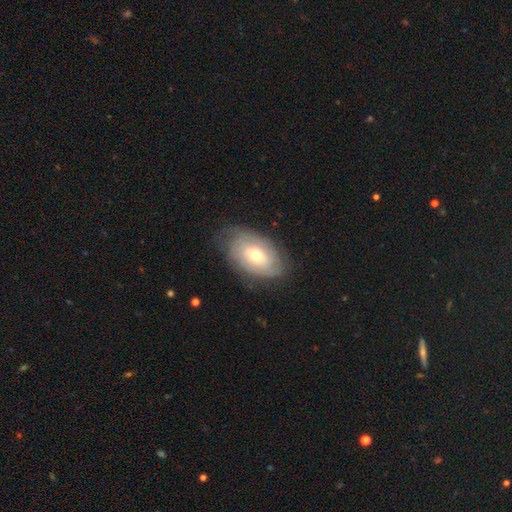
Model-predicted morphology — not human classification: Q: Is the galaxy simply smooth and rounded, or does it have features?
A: featured or disk — 58%.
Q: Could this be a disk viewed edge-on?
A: no — 93%.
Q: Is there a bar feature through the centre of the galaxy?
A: no — 74%.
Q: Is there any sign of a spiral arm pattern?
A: yes — 76%.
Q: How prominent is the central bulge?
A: moderate — 59%.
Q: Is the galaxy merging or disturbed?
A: none — 74%.